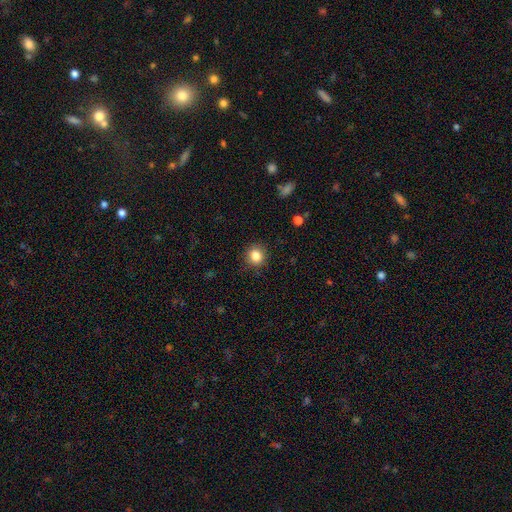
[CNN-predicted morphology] type=smooth (85%); roundness=round (88%); merging=none (88%).